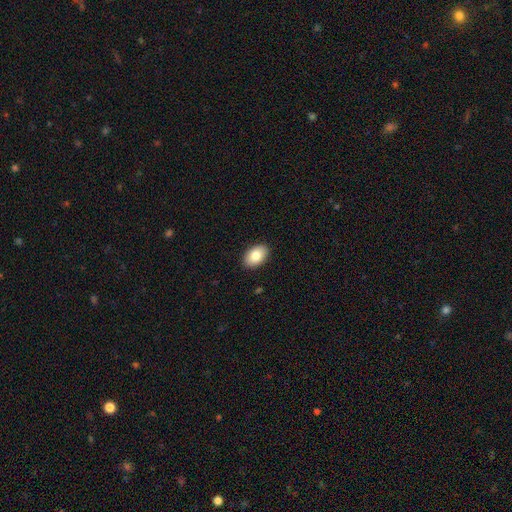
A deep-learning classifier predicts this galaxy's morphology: smooth 83%, featured or disk 10%, star or artifact 7%. Down the decision tree: how rounded — in between (91%); merging — none (90%).